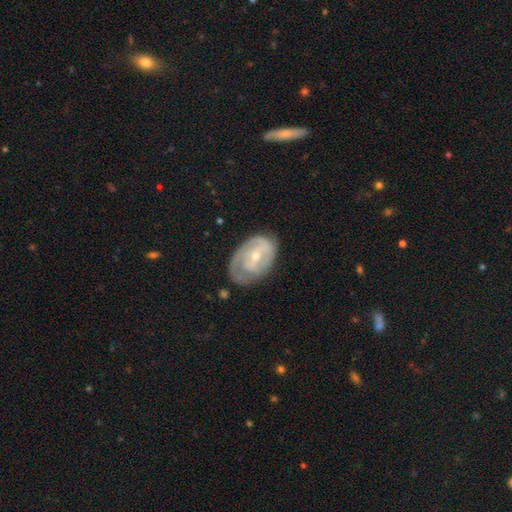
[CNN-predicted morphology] The model was most divided on "bar": weak: 47%, no: 34%, strong: 19%. Remaining: edge-on disk — no (96%); spiral arms — yes (79%); smooth or featured — featured or disk (74%); bulge size — small (58%); merging — none (54%); spiral winding — tight (53%); spiral arm count — 2 (46%).